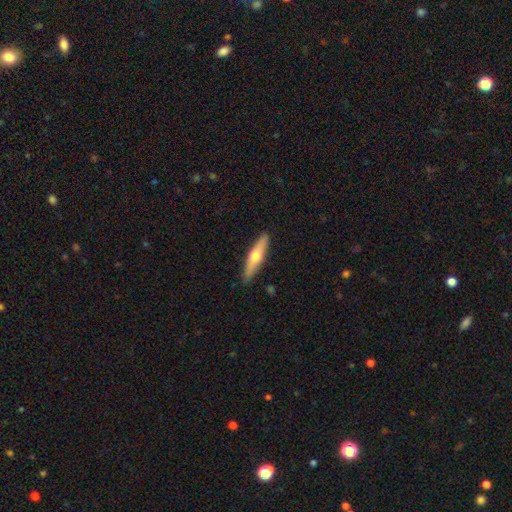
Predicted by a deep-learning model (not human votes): This appears to be a featured or disk galaxy (52%) viewed edge-on (92%). Merging: none (89%).